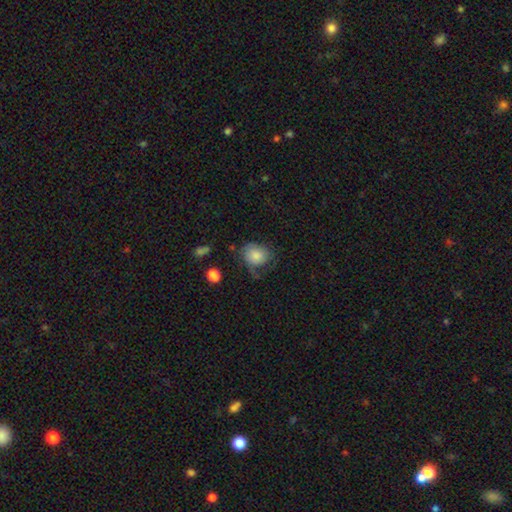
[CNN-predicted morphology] smooth-or-featured: smooth: 73% | featured or disk: 19% | star or artifact: 8%
  how-rounded: round: 62% | in between: 37% | cigar-shaped: 1%
  merging: none: 46% | minor disturbance: 29% | major disturbance: 22% | merger: 3%